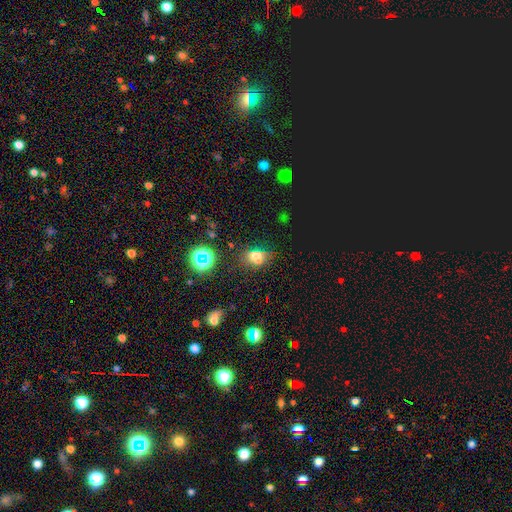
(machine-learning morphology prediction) Smooth or featured: smooth — 57% (star or artifact — 28%)
How rounded: in between — 59% (round — 39%)
Merging: none — 55% (minor disturbance — 21%)